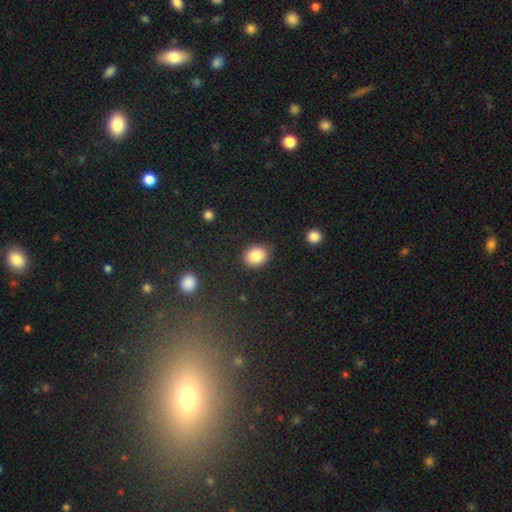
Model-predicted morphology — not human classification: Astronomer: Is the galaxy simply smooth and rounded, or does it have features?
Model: smooth — 85%.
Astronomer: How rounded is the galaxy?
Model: round — 52% (runner-up: in between, 47%).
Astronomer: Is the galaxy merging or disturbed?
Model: none — 85%.